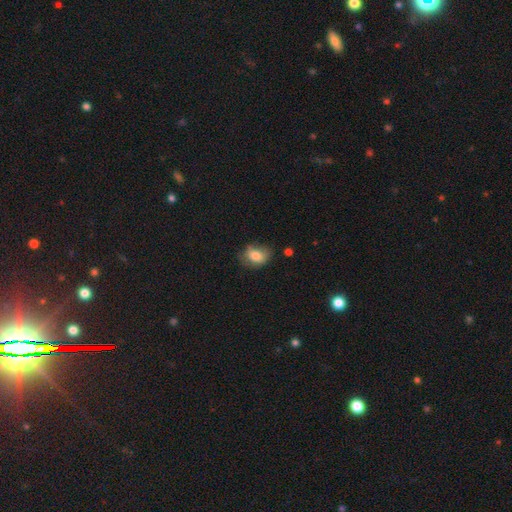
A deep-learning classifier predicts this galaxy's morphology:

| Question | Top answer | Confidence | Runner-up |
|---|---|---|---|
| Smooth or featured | smooth | 77% | featured or disk (15%) |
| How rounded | in between | 73% | round (26%) |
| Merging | none | 54% | minor disturbance (31%) |